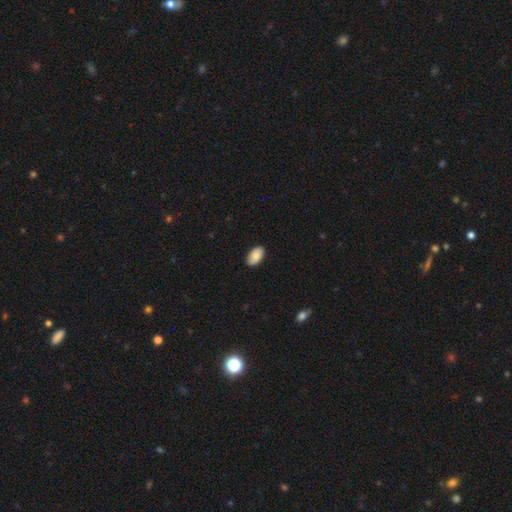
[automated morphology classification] This appears to be a smooth galaxy with no disk features (81%) that is in between round and cigar-shaped (93%). Merging: none (84%).